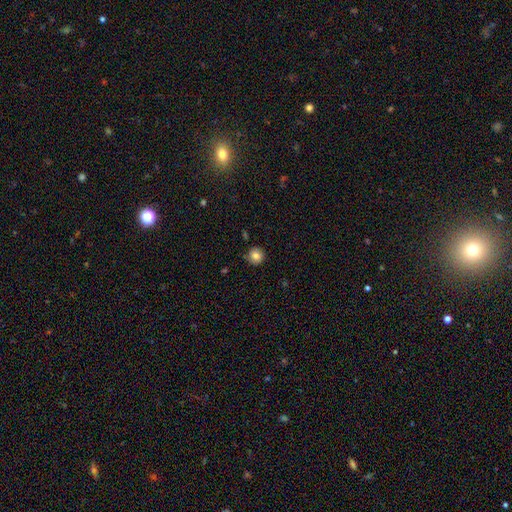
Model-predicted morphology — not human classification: The model was most divided on "smooth or featured": smooth: 82%, star or artifact: 10%, featured or disk: 8%. More confident: how rounded — round (94%); merging — none (86%).